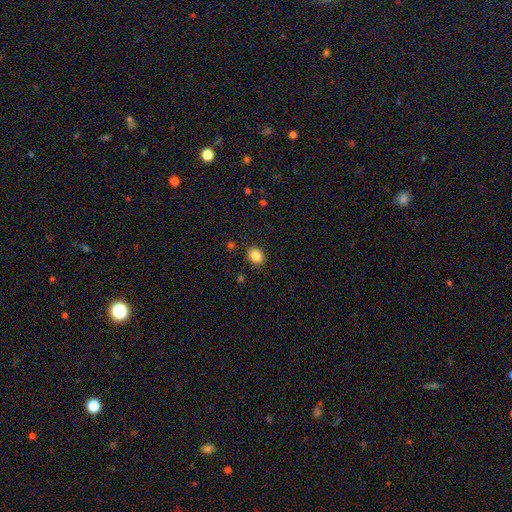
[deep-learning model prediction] smooth-or-featured: smooth: 86% | star or artifact: 10% | featured or disk: 4%
  how-rounded: round: 56% | in between: 44% | cigar-shaped: 1%
  merging: none: 88% | minor disturbance: 8% | major disturbance: 2% | merger: 2%